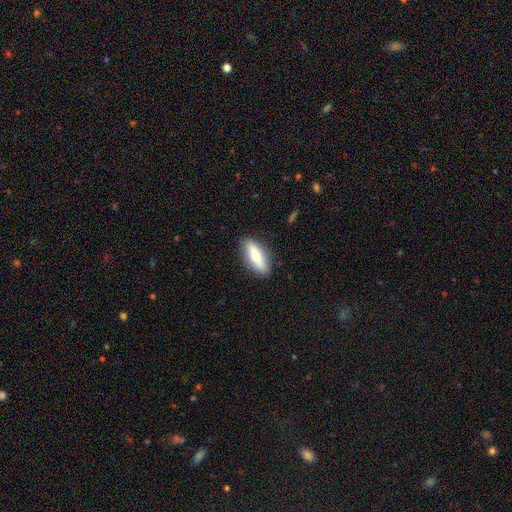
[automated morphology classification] A smooth galaxy with no disk features (66%) that is in between round and cigar-shaped (62%). Merging: none (86%).